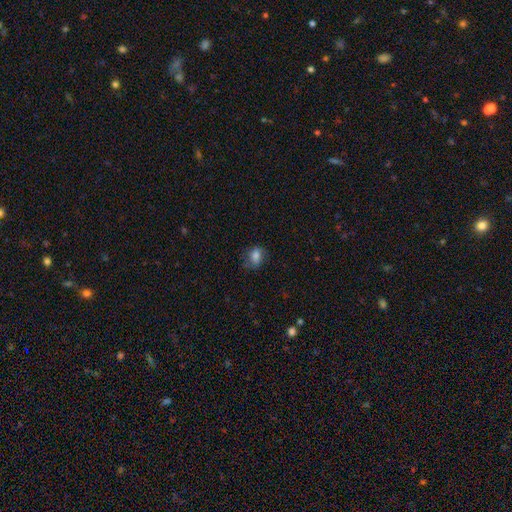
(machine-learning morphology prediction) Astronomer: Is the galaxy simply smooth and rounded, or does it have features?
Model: smooth — 77%.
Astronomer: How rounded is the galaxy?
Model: in between — 54% (runner-up: round, 45%).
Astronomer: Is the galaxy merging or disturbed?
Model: none — 65%.